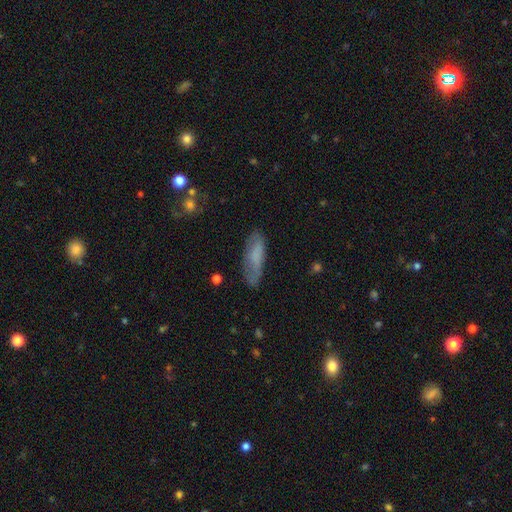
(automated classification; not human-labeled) smooth 67%, featured or disk 24%, star or artifact 8%. Down the decision tree: how rounded — in between (50%); merging — none (65%).